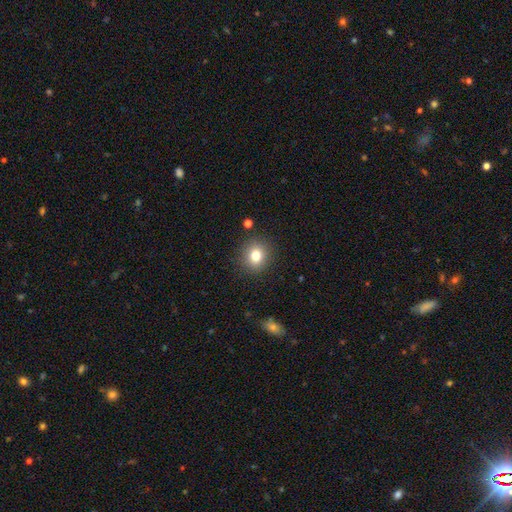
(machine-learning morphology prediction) smooth 79%, star or artifact 12%, featured or disk 9%. Down the decision tree: how rounded — round (82%); merging — none (89%).